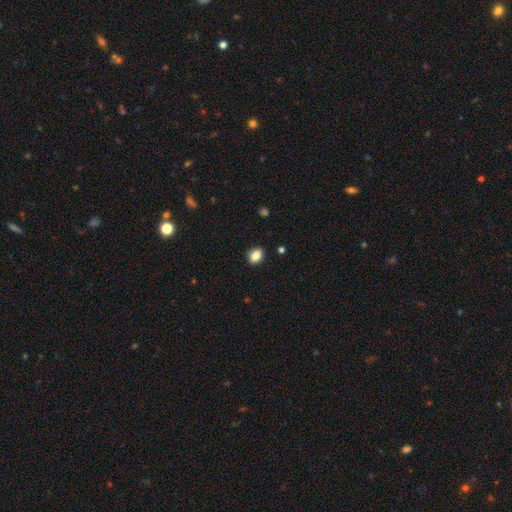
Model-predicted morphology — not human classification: This appears to be a smooth galaxy with no disk features (84%) that is in between round and cigar-shaped (55%). Merging: none (89%).